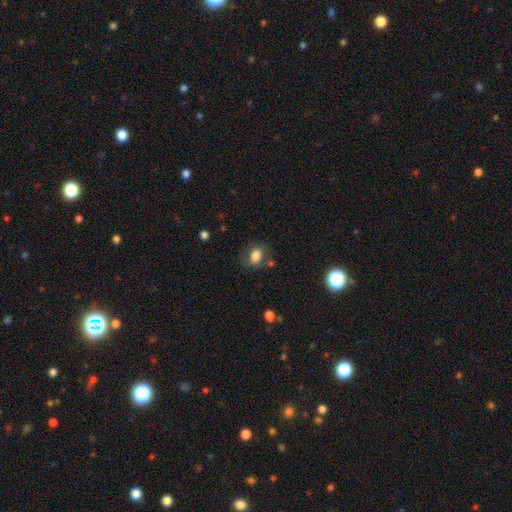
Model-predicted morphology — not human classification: A smooth galaxy with no disk features (74%) that is in between round and cigar-shaped (74%). Merging: none (67%).